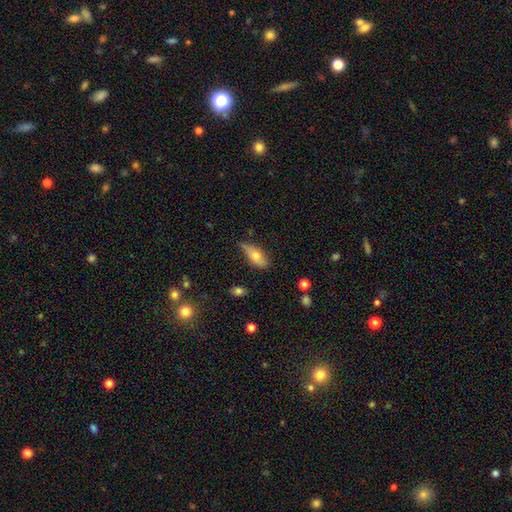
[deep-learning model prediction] A smooth galaxy with no disk features (65%) that is in between round and cigar-shaped (79%).

Vote fractions:
- Smooth or featured? smooth: 65% / featured or disk: 27% / star or artifact: 7%
- How rounded? in between: 79% / cigar-shaped: 18% / round: 3%
- Merging? none: 53% / minor disturbance: 36% / major disturbance: 8% / merger: 3%